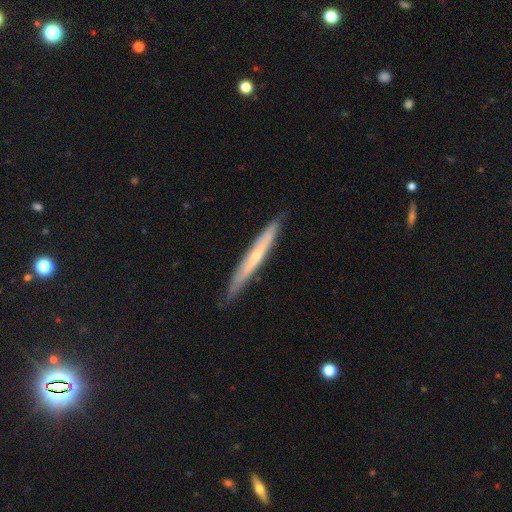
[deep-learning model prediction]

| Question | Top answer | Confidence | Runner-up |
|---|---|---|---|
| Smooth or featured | featured or disk | 54% | smooth (40%) |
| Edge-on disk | yes | 90% | no (10%) |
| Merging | none | 86% | minor disturbance (11%) |